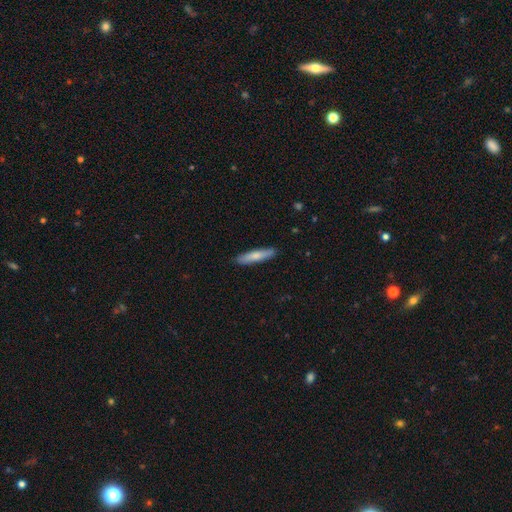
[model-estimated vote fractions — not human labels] This is likely a smooth galaxy (72%). How rounded: clearly cigar-shaped (86%). Merging: clearly none (89%).